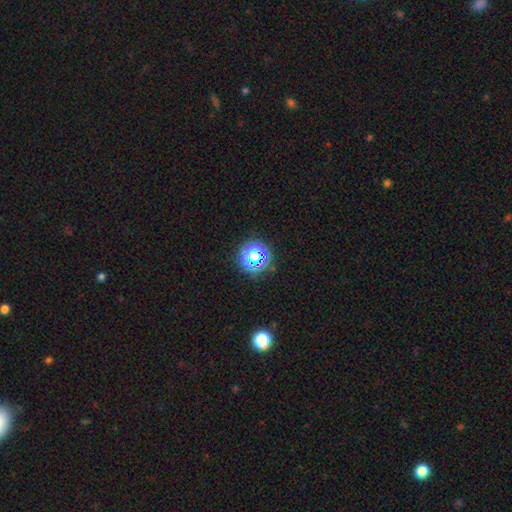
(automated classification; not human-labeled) This appears to be a star or artifact, not a galaxy (54%).